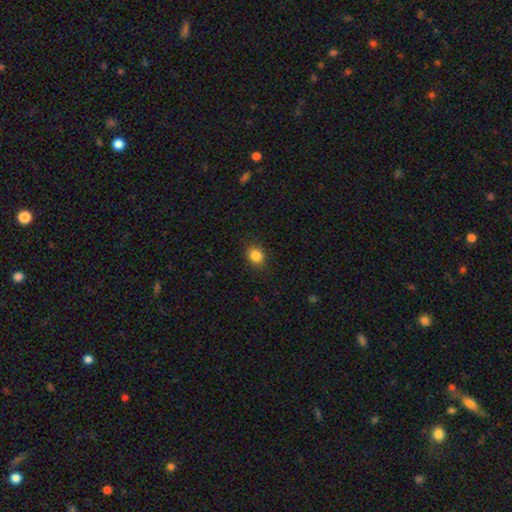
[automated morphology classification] This appears to be a smooth galaxy with no disk features (86%) that is round (62%). Merging: none (89%).